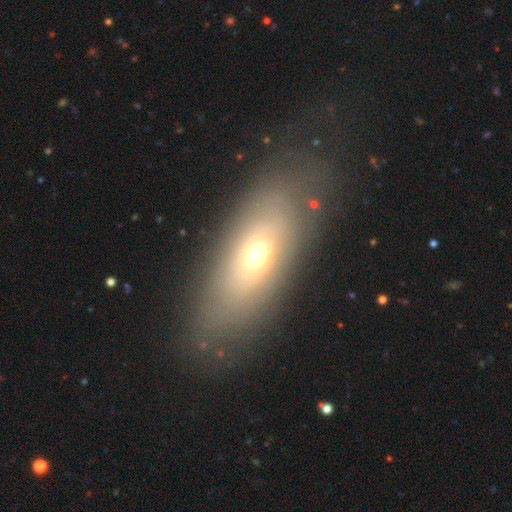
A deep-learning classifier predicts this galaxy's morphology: Overall: smooth (56%; featured or disk 32%). How rounded: in between (72%). Merging: none (77%).